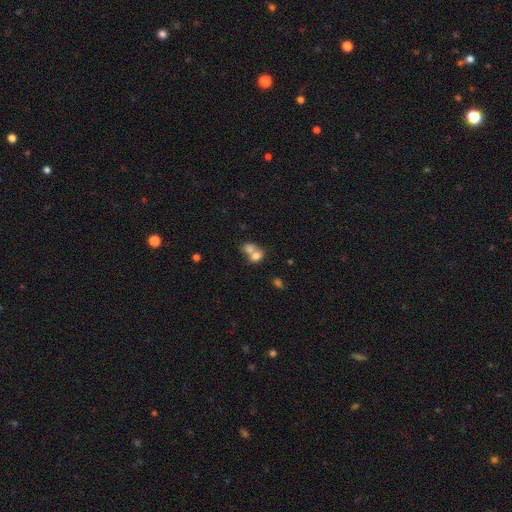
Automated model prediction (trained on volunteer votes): Smooth or featured? smooth (73%)
How rounded? in between (54%)
Merging? merger (68%)